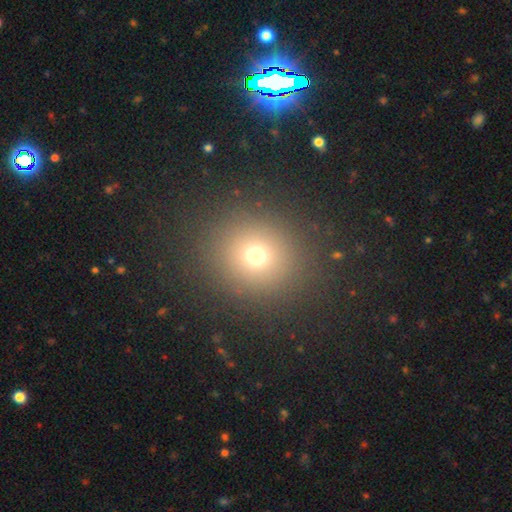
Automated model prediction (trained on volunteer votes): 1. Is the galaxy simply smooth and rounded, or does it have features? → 70% smooth, 20% star or artifact, 10% featured or disk.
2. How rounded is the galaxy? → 86% round, 13% in between, 1% cigar-shaped.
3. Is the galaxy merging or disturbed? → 87% none, 7% minor disturbance, 5% major disturbance, 1% merger.